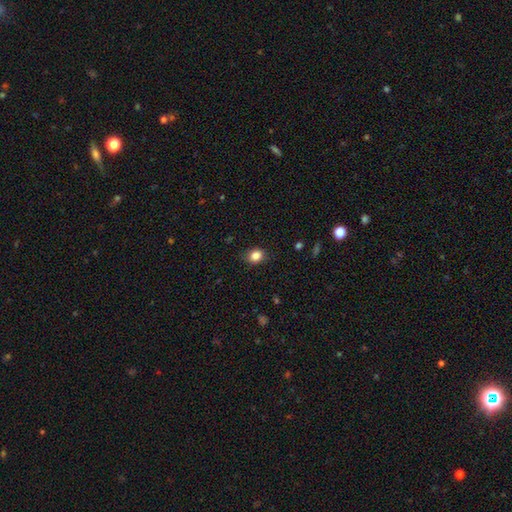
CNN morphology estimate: Smooth or featured?
  - smooth: 84% *
  - star or artifact: 10%
  - featured or disk: 6%
How rounded?
  - round: 52% *
  - in between: 47%
  - cigar-shaped: 1%
Merging?
  - none: 82% *
  - minor disturbance: 15%
  - major disturbance: 3%
  - merger: 1%